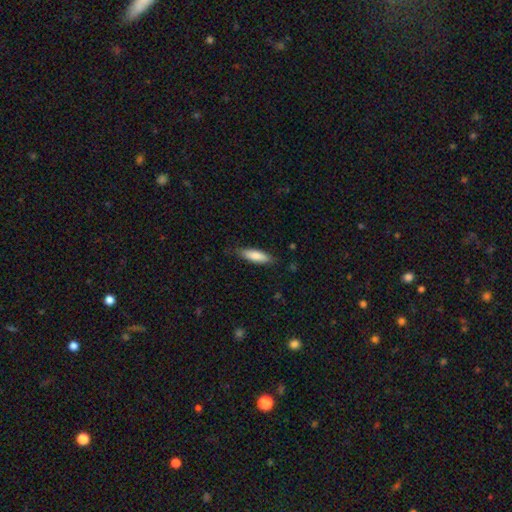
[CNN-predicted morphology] Smooth or featured? Predicted: smooth (p=0.83). How rounded? Predicted: cigar-shaped (p=0.53). Merging? Predicted: none (p=0.80).